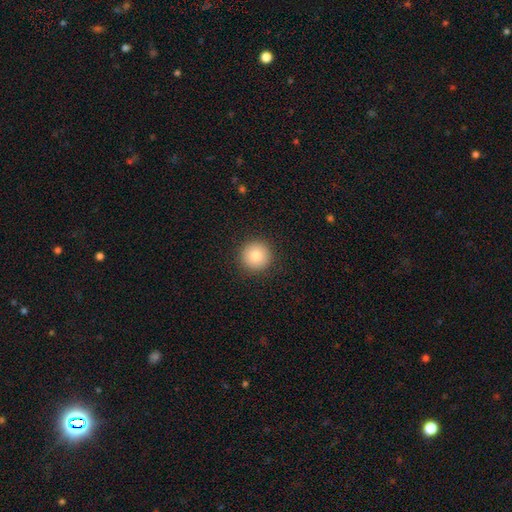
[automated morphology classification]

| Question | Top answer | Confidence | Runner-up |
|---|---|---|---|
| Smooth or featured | smooth | 82% | star or artifact (10%) |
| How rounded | round | 96% | in between (3%) |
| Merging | none | 92% | minor disturbance (5%) |